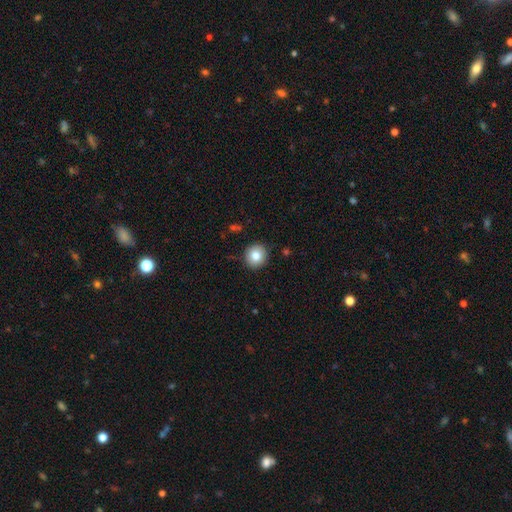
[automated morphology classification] smooth_or_featured: smooth (p=0.81) [alt: featured or disk p=0.10]
how_rounded: round (p=0.90) [alt: in between p=0.09]
merging: none (p=0.90) [alt: minor disturbance p=0.07]